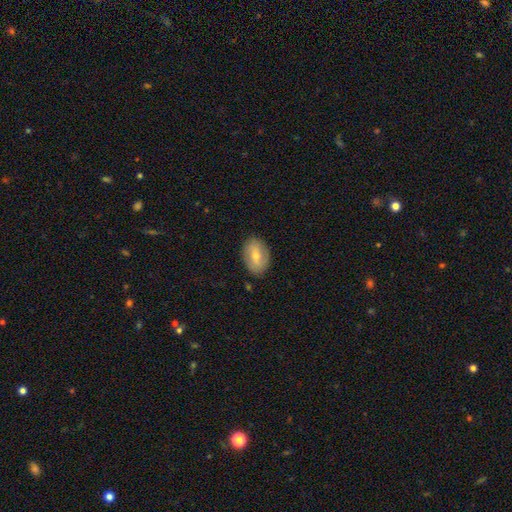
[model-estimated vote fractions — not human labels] This is possibly a smooth galaxy (51%). How rounded: likely in between (80%). Merging: clearly none (85%).